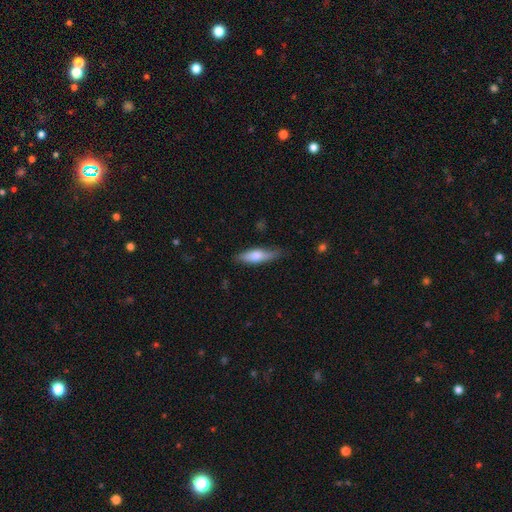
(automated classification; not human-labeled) A smooth galaxy with no disk features (67%) that is cigar-shaped (58%). Merging: none (73%).